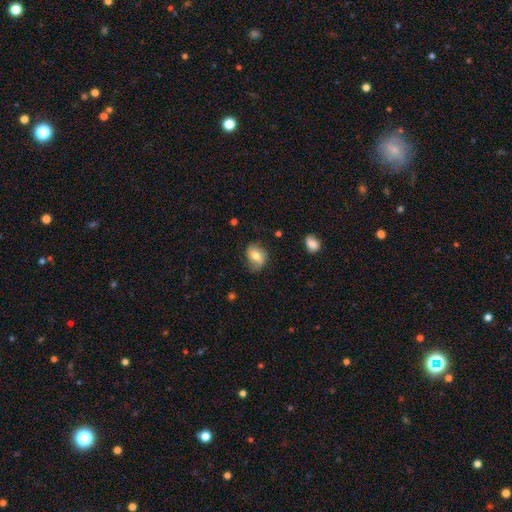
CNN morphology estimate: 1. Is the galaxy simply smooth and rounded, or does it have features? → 64% smooth, 29% featured or disk, 8% star or artifact.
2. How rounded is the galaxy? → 65% in between, 34% round, 1% cigar-shaped.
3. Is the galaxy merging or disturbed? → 62% none, 28% minor disturbance, 9% major disturbance, 2% merger.